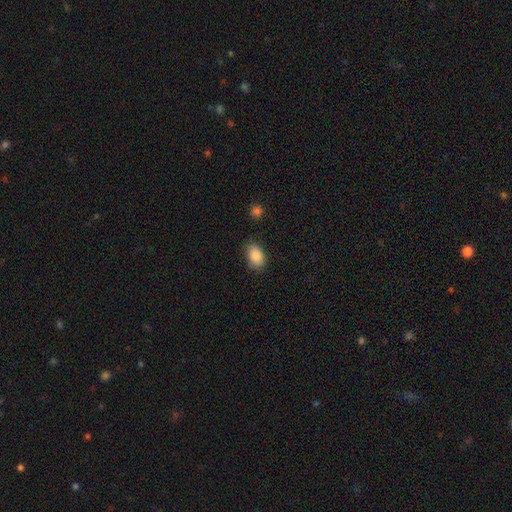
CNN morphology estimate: smooth 87%, star or artifact 8%, featured or disk 6%. Down the decision tree: how rounded — in between (87%); merging — none (80%).